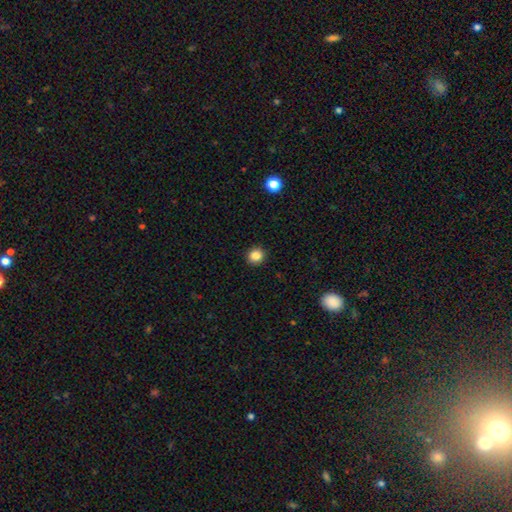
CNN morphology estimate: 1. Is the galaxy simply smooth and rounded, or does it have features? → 84% smooth, 11% star or artifact, 4% featured or disk.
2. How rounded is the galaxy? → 87% round, 12% in between, 1% cigar-shaped.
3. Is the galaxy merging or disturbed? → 92% none, 5% minor disturbance, 2% major disturbance, 1% merger.